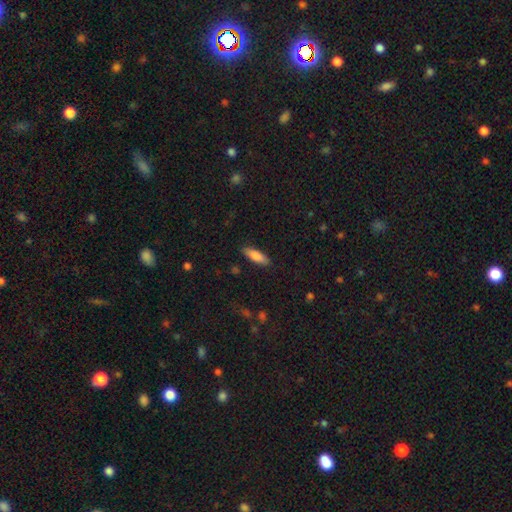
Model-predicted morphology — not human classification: Smooth or featured? Predicted: smooth (p=0.84). How rounded? Predicted: in between (p=0.50). Merging? Predicted: none (p=0.87).